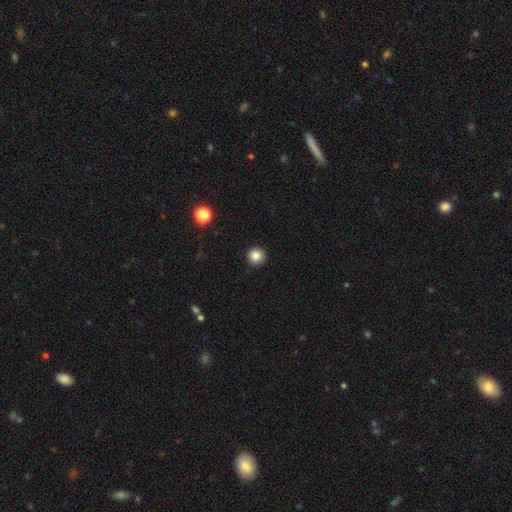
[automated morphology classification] smooth-or-featured: smooth: 85% | star or artifact: 11% | featured or disk: 5%
  how-rounded: round: 96% | in between: 3% | cigar-shaped: 1%
  merging: none: 93% | minor disturbance: 5% | major disturbance: 1% | merger: 1%